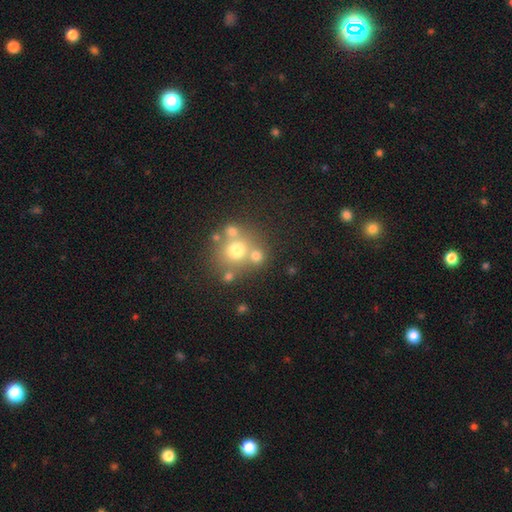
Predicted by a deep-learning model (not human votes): Smooth or featured: smooth — 66% (star or artifact — 18%)
How rounded: round — 85% (in between — 14%)
Merging: none — 56% (merger — 30%)